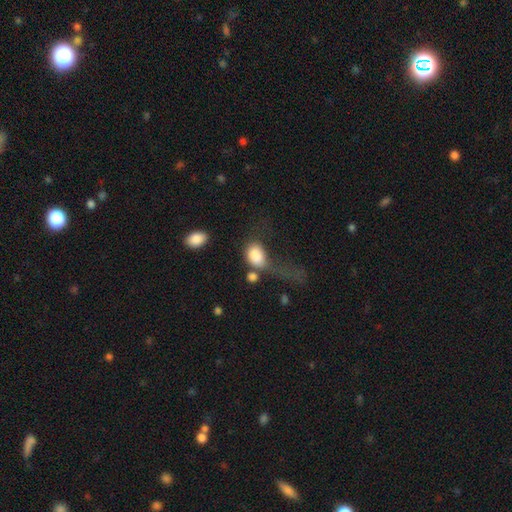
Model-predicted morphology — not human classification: Smooth or featured?
  - smooth: 83% *
  - featured or disk: 9%
  - star or artifact: 8%
How rounded?
  - in between: 78% *
  - round: 20%
  - cigar-shaped: 2%
Merging?
  - major disturbance: 42% *
  - none: 22%
  - merger: 19%
  - minor disturbance: 17%